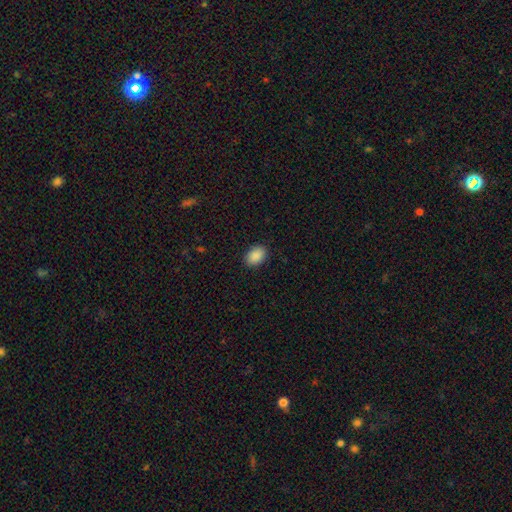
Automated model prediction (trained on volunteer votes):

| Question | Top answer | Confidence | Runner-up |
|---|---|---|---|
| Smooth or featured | smooth | 90% | star or artifact (7%) |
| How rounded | in between | 84% | round (15%) |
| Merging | none | 89% | minor disturbance (8%) |